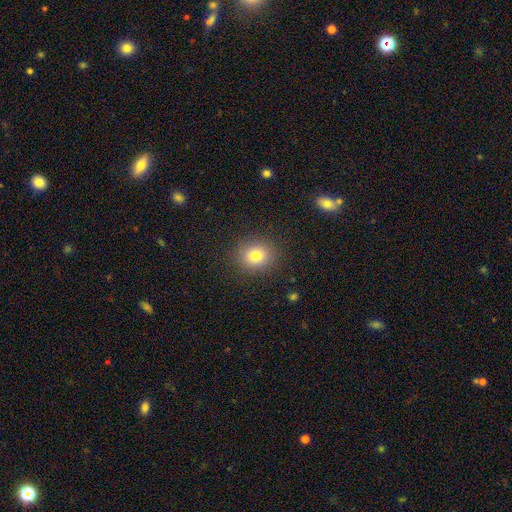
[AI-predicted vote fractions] smooth_or_featured: smooth (p=0.78) [alt: star or artifact p=0.13]
how_rounded: round (p=0.79) [alt: in between p=0.20]
merging: none (p=0.89) [alt: minor disturbance p=0.07]